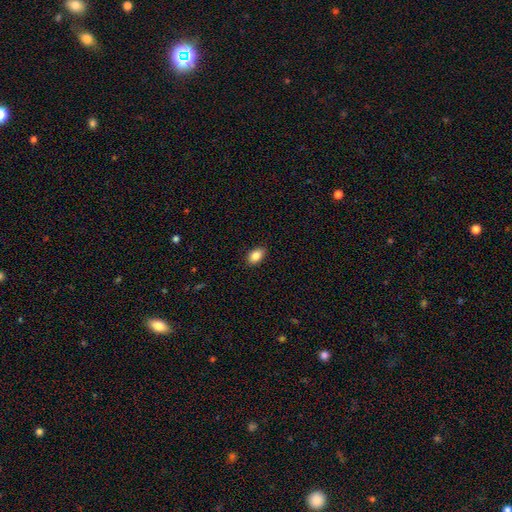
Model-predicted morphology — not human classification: A smooth galaxy with no disk features (86%) that is in between round and cigar-shaped (87%). Merging: none (87%).